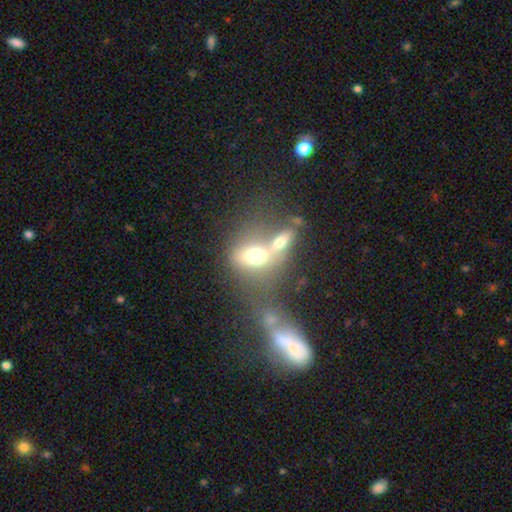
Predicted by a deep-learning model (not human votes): Overall: smooth (61%; featured or disk 25%). How rounded: in between (59%; round 36%). Merging: merger (56%; none 25%).